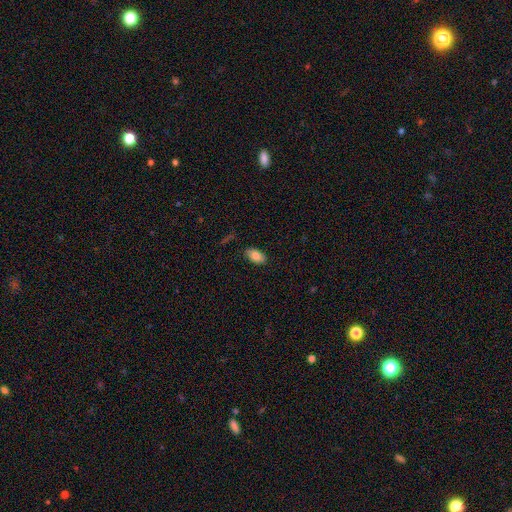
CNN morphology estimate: Q: Smooth or featured?
A: smooth (83%); runner-up: featured or disk (10%)
Q: How rounded?
A: in between (93%); runner-up: round (5%)
Q: Merging?
A: none (85%); runner-up: minor disturbance (11%)